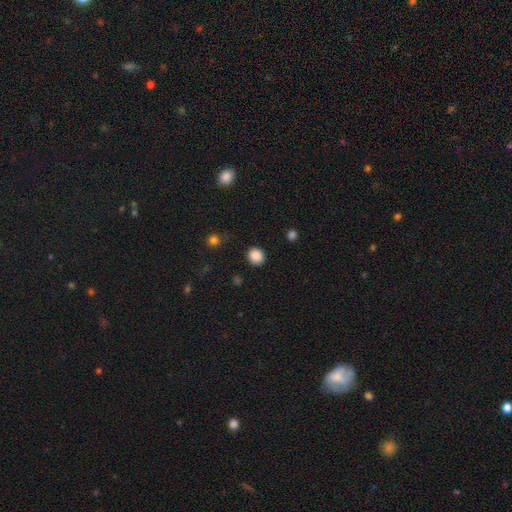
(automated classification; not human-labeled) Smooth or featured?
  - smooth: 87% *
  - star or artifact: 10%
  - featured or disk: 3%
How rounded?
  - round: 85% *
  - in between: 14%
  - cigar-shaped: 1%
Merging?
  - none: 89% *
  - minor disturbance: 7%
  - major disturbance: 3%
  - merger: 1%